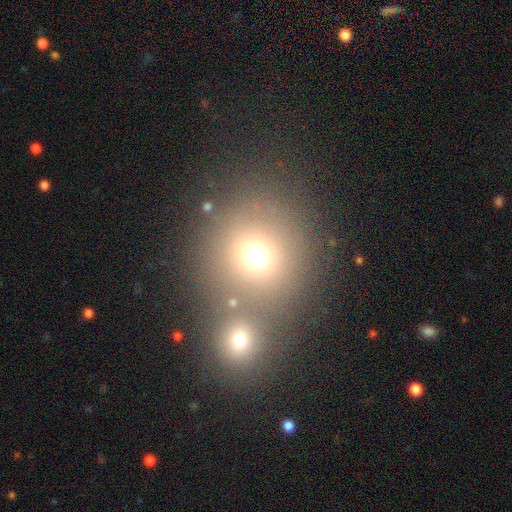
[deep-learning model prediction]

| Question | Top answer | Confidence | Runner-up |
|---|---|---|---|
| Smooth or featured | smooth | 70% | star or artifact (19%) |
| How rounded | round | 89% | in between (10%) |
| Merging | none | 51% | merger (38%) |